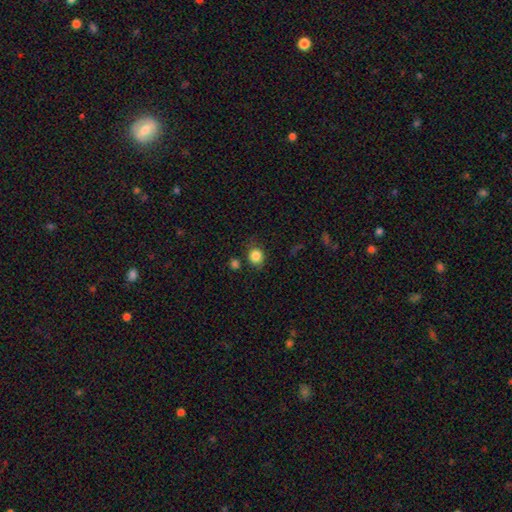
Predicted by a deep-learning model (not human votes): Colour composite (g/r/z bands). It shows a smooth galaxy with no disk features (85%) that is round (81%). Merging: none (78%).